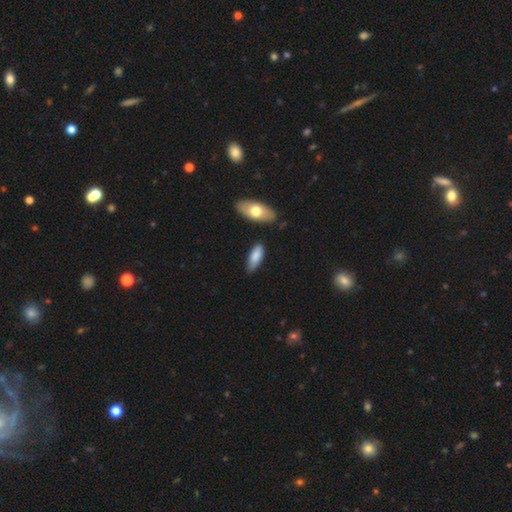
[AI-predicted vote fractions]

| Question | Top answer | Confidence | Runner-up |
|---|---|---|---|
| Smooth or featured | smooth | 81% | featured or disk (14%) |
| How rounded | in between | 73% | cigar-shaped (25%) |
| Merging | none | 67% | minor disturbance (24%) |